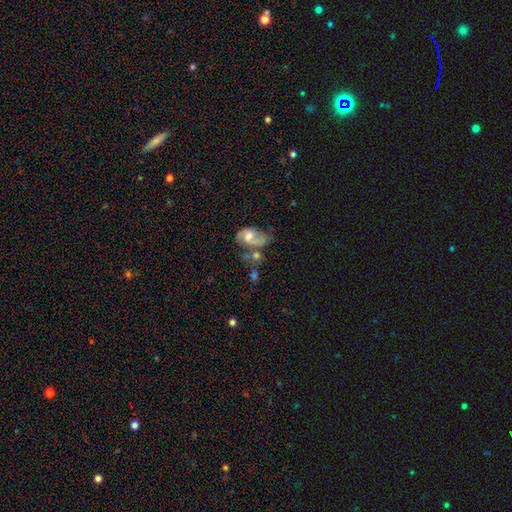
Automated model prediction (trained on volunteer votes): A featured or disk galaxy (54%) with no bar (64%), spiral arms (72%) and a moderate central bulge (58%).

Vote fractions:
- Smooth or featured? featured or disk: 54% / smooth: 35% / star or artifact: 11%
- Edge-on disk? no: 96% / yes: 4%
- Bar? no: 64% / weak: 29% / strong: 7%
- Spiral arms? yes: 72% / no: 28%
- Bulge size? moderate: 58% / small: 20% / large: 14% / none: 6% / dominant: 2%
- Merging? merger: 30% / none: 29% / major disturbance: 23% / minor disturbance: 18%